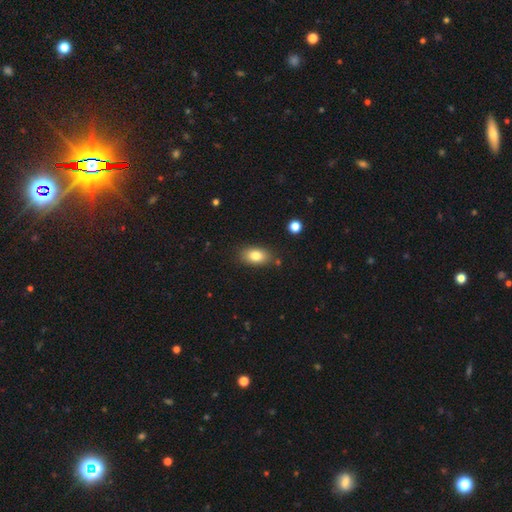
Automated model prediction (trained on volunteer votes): The model was most divided on "merging": none: 82%, minor disturbance: 12%, merger: 3%, major disturbance: 3%. More confident: how rounded — in between (89%); smooth or featured — smooth (81%).